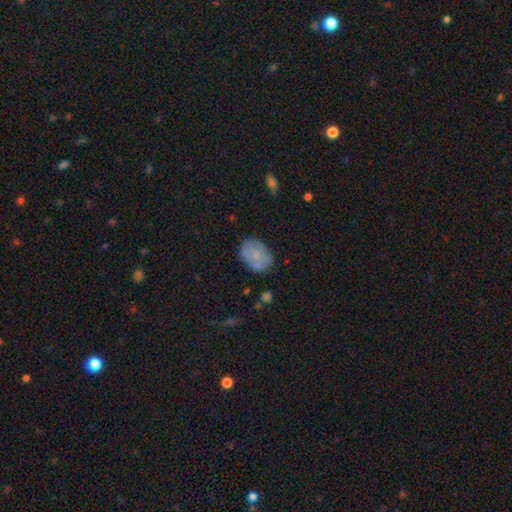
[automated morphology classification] Overall: smooth (64%; featured or disk 27%). How rounded: in between (75%). Merging: none (66%).